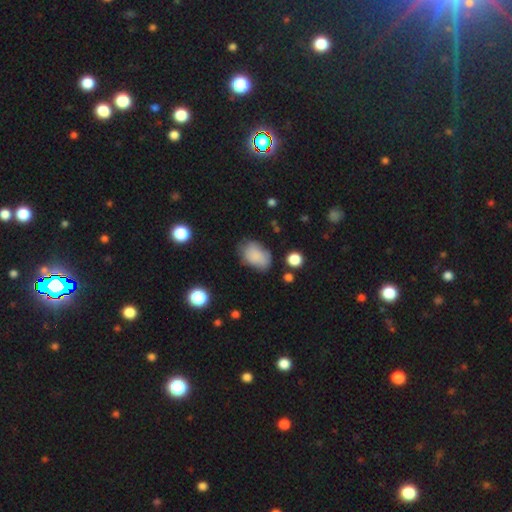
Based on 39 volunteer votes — Smooth or featured? smooth (85%)
How rounded? in between (85%)
Merging? none (46%)